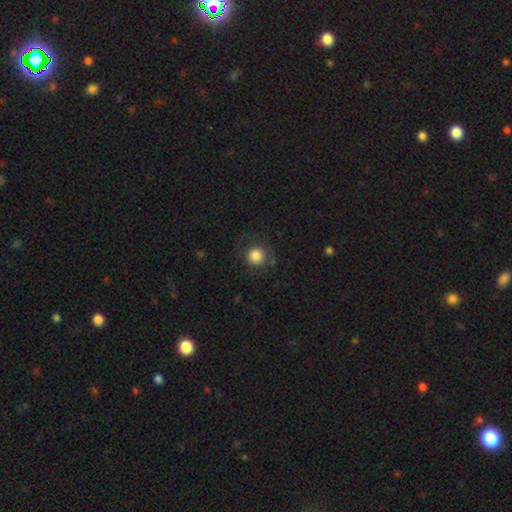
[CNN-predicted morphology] type=smooth (84%); roundness=round (94%); merging=none (80%).